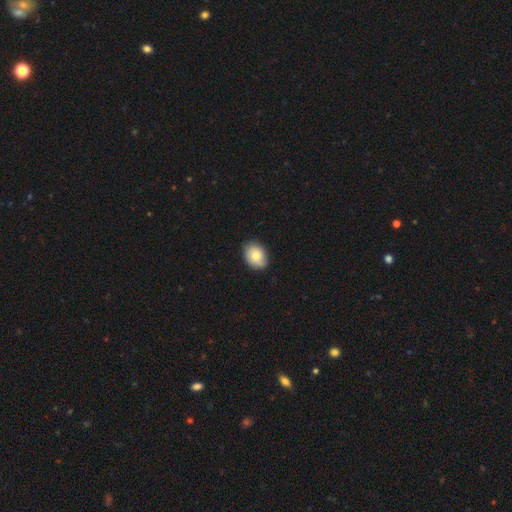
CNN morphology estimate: Smooth or featured?
  - smooth: 73% *
  - featured or disk: 20%
  - star or artifact: 7%
How rounded?
  - in between: 63% *
  - round: 36%
  - cigar-shaped: 1%
Merging?
  - none: 81% *
  - minor disturbance: 16%
  - major disturbance: 3%
  - merger: 1%